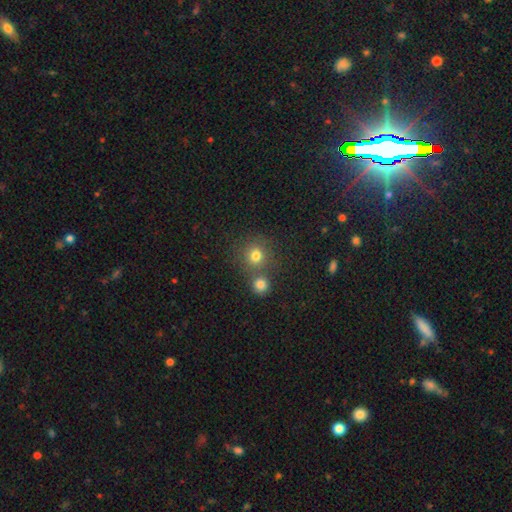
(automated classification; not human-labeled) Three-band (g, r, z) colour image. It shows a smooth galaxy with no disk features (77%) that is round (90%). Merging: none (64%).